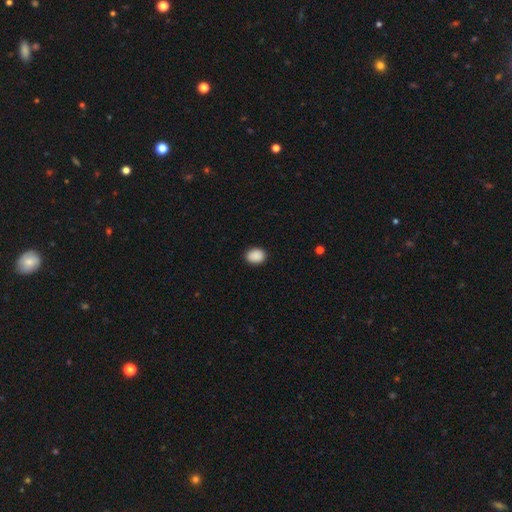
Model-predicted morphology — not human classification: Smooth or featured: smooth — 90% (star or artifact — 8%)
How rounded: in between — 54% (round — 45%)
Merging: none — 89% (minor disturbance — 8%)